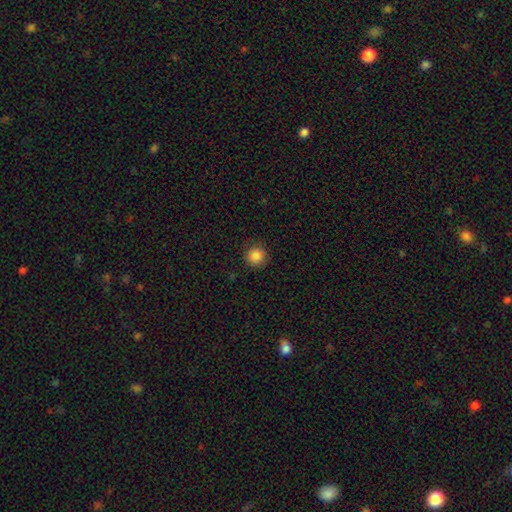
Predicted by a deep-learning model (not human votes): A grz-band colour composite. It shows a smooth galaxy with no disk features (86%) that is round (93%). Merging: none (89%).